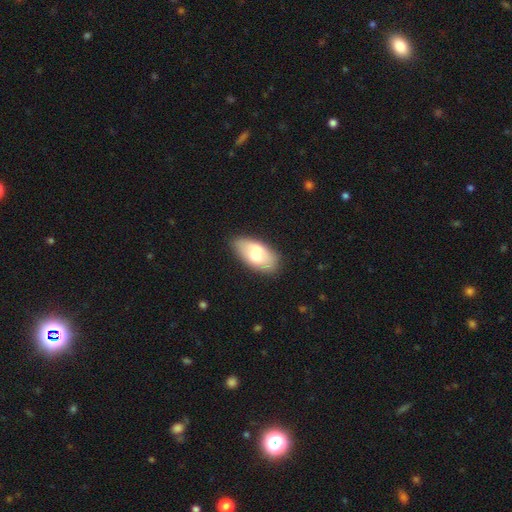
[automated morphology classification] Smooth or featured?
  - smooth: 61% *
  - featured or disk: 32%
  - star or artifact: 7%
How rounded?
  - in between: 93% *
  - round: 4%
  - cigar-shaped: 4%
Merging?
  - none: 65% *
  - minor disturbance: 19%
  - merger: 10%
  - major disturbance: 5%